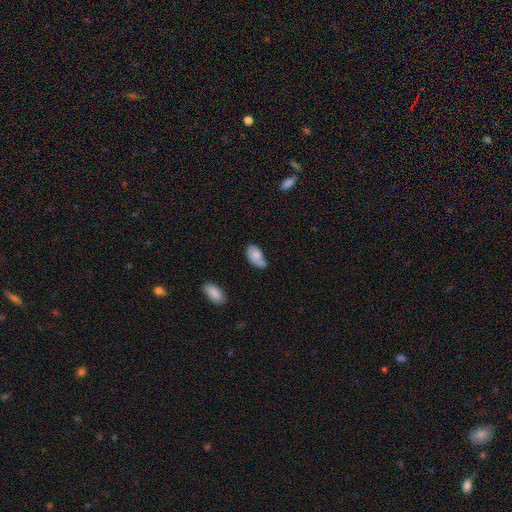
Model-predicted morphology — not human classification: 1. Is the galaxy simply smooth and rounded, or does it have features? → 78% smooth, 16% featured or disk, 7% star or artifact.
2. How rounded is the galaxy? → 94% in between, 4% round, 2% cigar-shaped.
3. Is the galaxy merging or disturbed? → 43% minor disturbance, 39% none, 13% major disturbance, 6% merger.